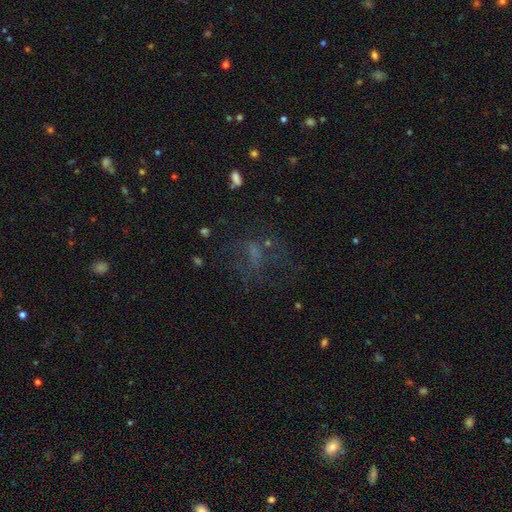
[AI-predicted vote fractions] Q: Smooth or featured?
A: star or artifact (39%); runner-up: smooth (32%)